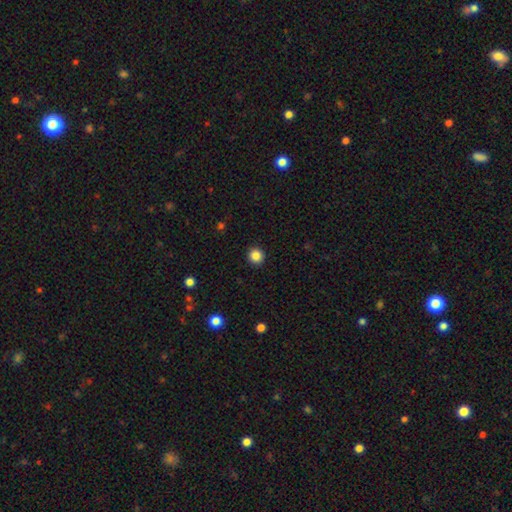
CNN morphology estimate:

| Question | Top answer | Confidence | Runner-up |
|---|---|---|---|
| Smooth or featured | smooth | 86% | star or artifact (11%) |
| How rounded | round | 94% | in between (5%) |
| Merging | none | 93% | minor disturbance (5%) |